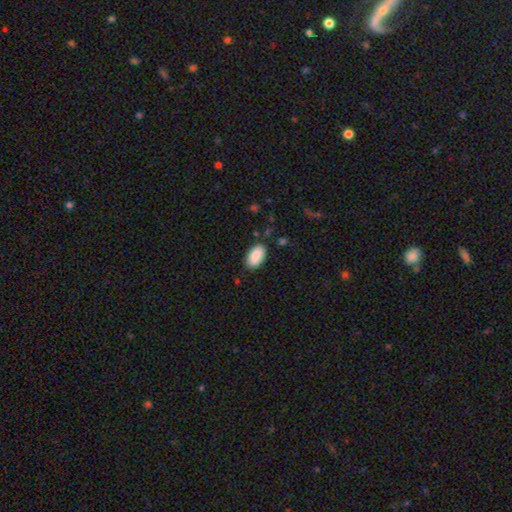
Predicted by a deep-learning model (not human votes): The model was most divided on "merging": none: 84%, minor disturbance: 12%, major disturbance: 3%, merger: 2%. More confident: how rounded — in between (94%); smooth or featured — smooth (90%).